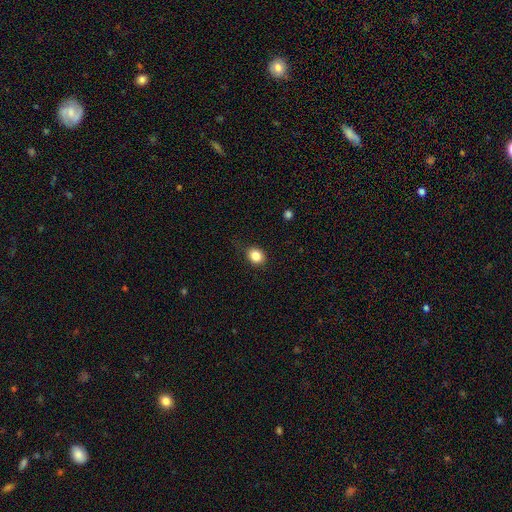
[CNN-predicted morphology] Q: Smooth or featured?
A: smooth (84%); runner-up: star or artifact (10%)
Q: How rounded?
A: round (64%); runner-up: in between (35%)
Q: Merging?
A: none (81%); runner-up: minor disturbance (15%)